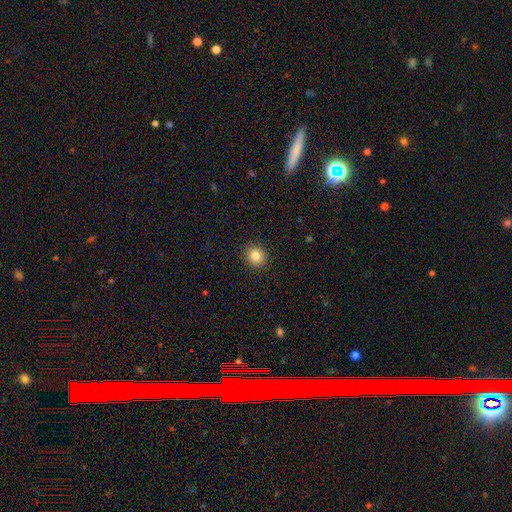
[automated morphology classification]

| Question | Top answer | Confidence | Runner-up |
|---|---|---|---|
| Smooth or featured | smooth | 83% | star or artifact (10%) |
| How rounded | round | 85% | in between (14%) |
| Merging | none | 91% | minor disturbance (6%) |